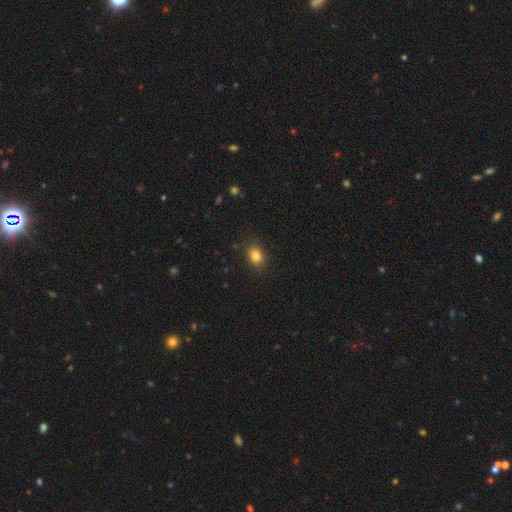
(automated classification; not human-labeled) Q: Smooth or featured?
A: smooth (82%); runner-up: star or artifact (11%)
Q: How rounded?
A: in between (68%); runner-up: round (30%)
Q: Merging?
A: none (88%); runner-up: minor disturbance (9%)